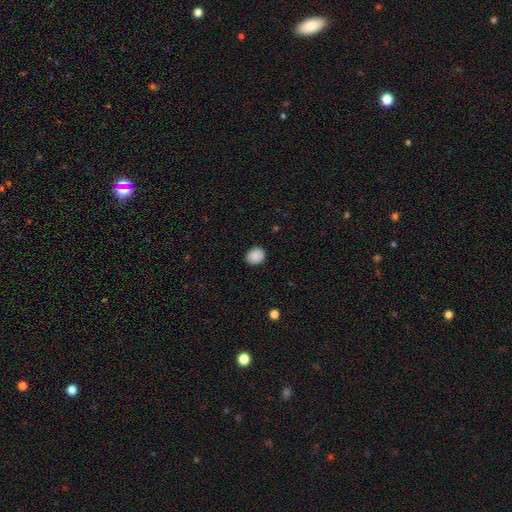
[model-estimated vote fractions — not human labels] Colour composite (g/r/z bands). It shows a smooth galaxy with no disk features (87%) that is round (62%). Merging: none (85%).